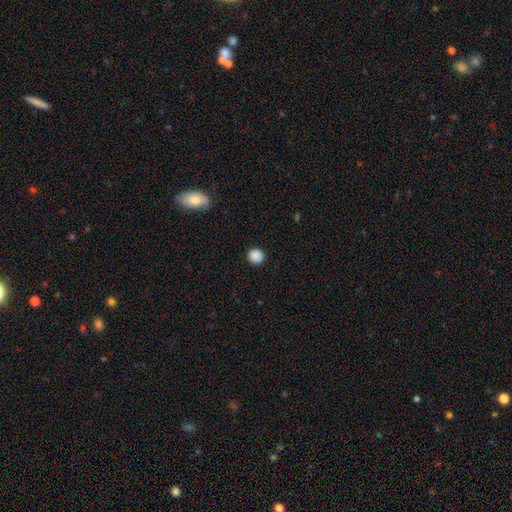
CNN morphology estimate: type=smooth (88%); roundness=round (90%); merging=none (92%).